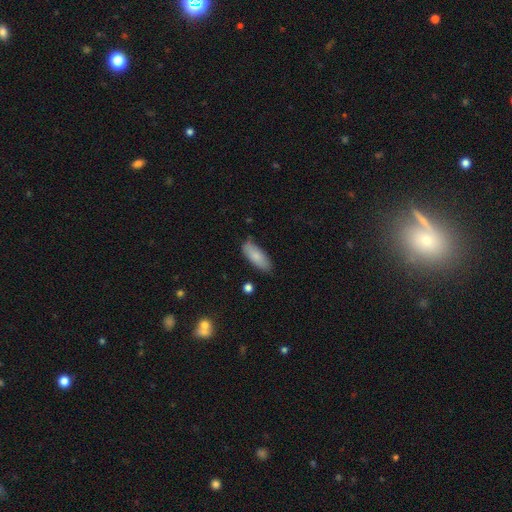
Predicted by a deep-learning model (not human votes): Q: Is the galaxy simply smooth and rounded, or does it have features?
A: smooth — 83%.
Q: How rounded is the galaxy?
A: in between — 75%.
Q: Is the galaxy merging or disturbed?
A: none — 77%.